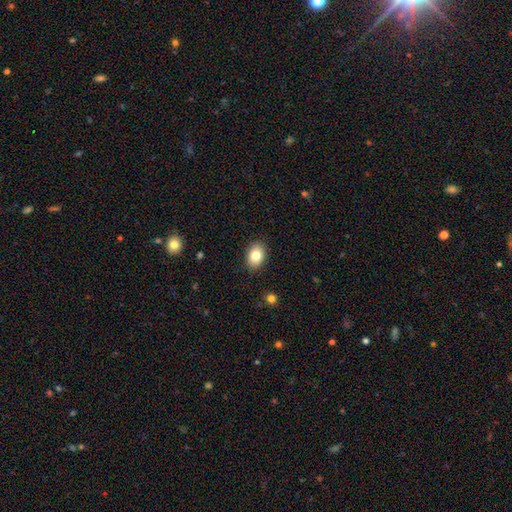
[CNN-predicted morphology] smooth-or-featured: smooth: 83% | featured or disk: 9% | star or artifact: 8%
  how-rounded: in between: 76% | round: 23% | cigar-shaped: 1%
  merging: none: 89% | minor disturbance: 8% | major disturbance: 2% | merger: 1%